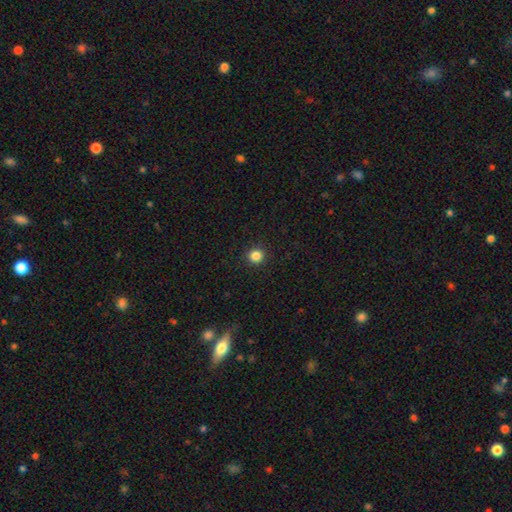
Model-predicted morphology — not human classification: Smooth or featured? smooth (84%)
How rounded? round (94%)
Merging? none (92%)